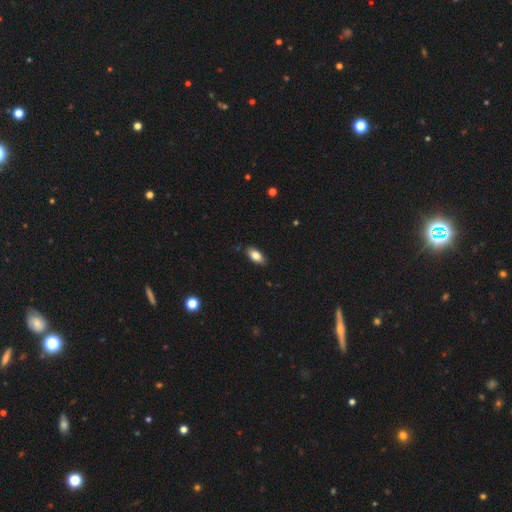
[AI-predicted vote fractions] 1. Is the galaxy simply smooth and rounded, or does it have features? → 81% smooth, 12% featured or disk, 8% star or artifact.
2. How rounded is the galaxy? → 91% in between, 6% cigar-shaped, 4% round.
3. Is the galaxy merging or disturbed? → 87% none, 10% minor disturbance, 2% major disturbance, 1% merger.